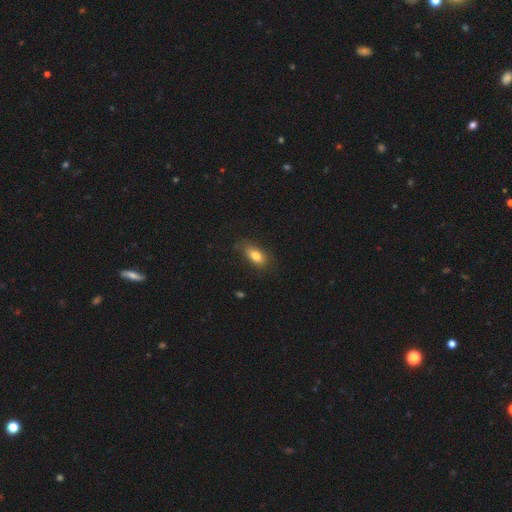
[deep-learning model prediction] This is likely a smooth galaxy (78%). How rounded: clearly in between (83%). Merging: likely none (73%).